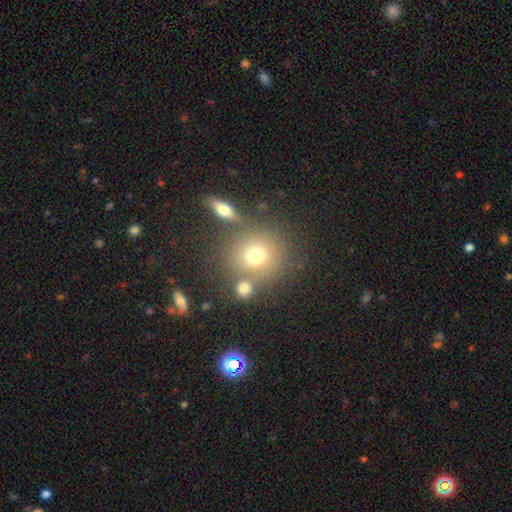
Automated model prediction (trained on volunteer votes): Overall: smooth (72%). How rounded: round (85%). Merging: none (64%).